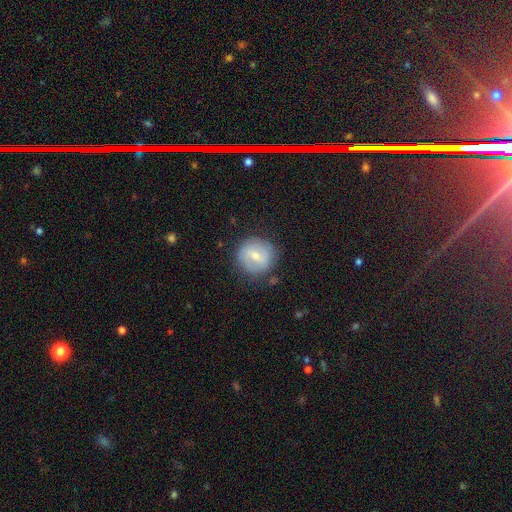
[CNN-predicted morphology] Smooth or featured?
  - smooth: 52% *
  - featured or disk: 41%
  - star or artifact: 7%
How rounded?
  - round: 91% *
  - in between: 8%
  - cigar-shaped: 1%
Merging?
  - none: 81% *
  - minor disturbance: 13%
  - major disturbance: 5%
  - merger: 2%